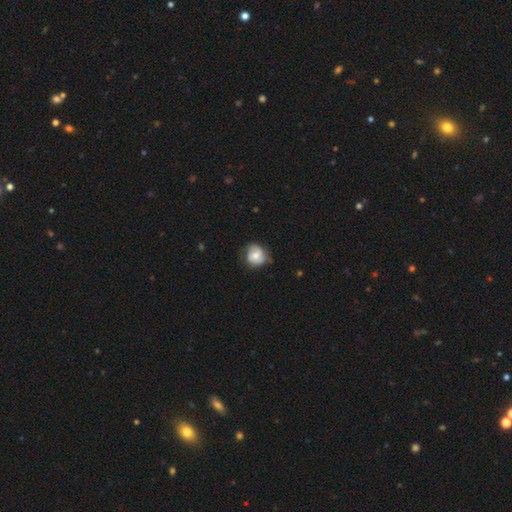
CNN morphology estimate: Smooth or featured? Predicted: smooth (p=0.54). How rounded? Predicted: round (p=0.76). Merging? Predicted: none (p=0.60).